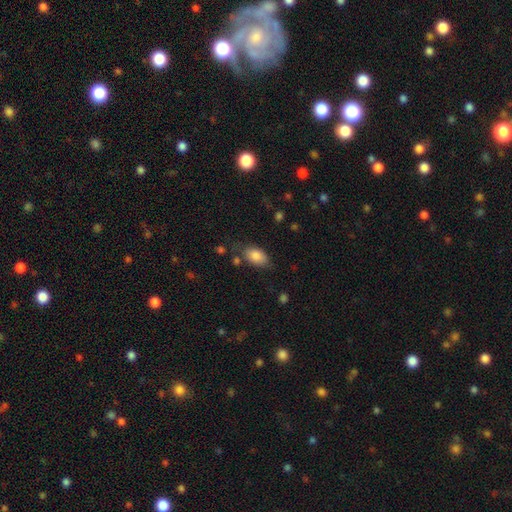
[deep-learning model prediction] Smooth or featured: smooth — 85% (featured or disk — 8%)
How rounded: in between — 90% (round — 8%)
Merging: none — 68% (minor disturbance — 22%)